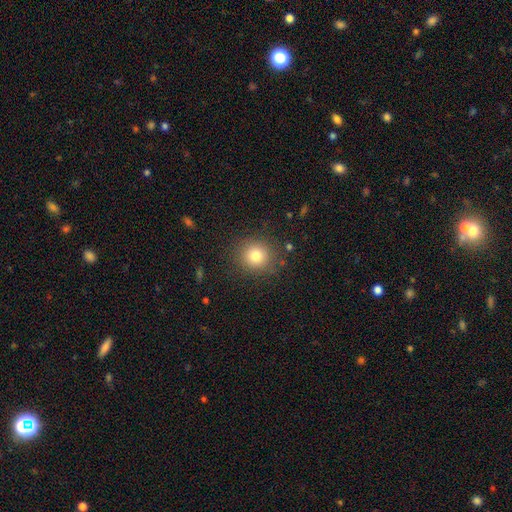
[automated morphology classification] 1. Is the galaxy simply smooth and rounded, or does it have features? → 79% smooth, 12% star or artifact, 9% featured or disk.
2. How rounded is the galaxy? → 88% round, 11% in between, 1% cigar-shaped.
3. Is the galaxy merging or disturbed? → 86% none, 9% minor disturbance, 3% major disturbance, 1% merger.